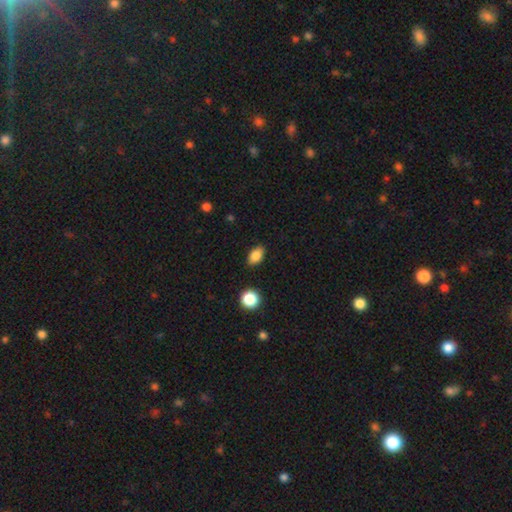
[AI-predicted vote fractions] A smooth galaxy with no disk features (85%) that is in between round and cigar-shaped (86%). Merging: none (86%).